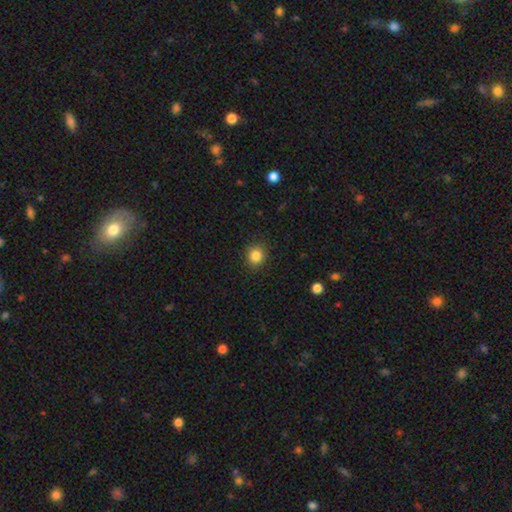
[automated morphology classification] smooth_or_featured: smooth (p=0.85) [alt: star or artifact p=0.11]
how_rounded: round (p=0.83) [alt: in between p=0.17]
merging: none (p=0.89) [alt: minor disturbance p=0.08]